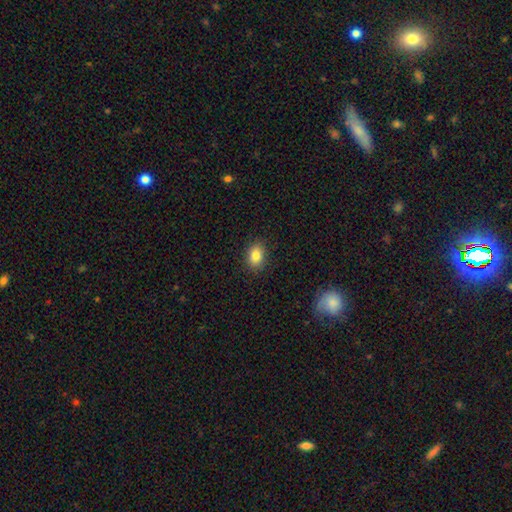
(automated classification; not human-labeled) Smooth or featured?
  - smooth: 83% *
  - star or artifact: 10%
  - featured or disk: 7%
How rounded?
  - in between: 66% *
  - round: 33%
  - cigar-shaped: 1%
Merging?
  - none: 88% *
  - minor disturbance: 9%
  - major disturbance: 2%
  - merger: 1%